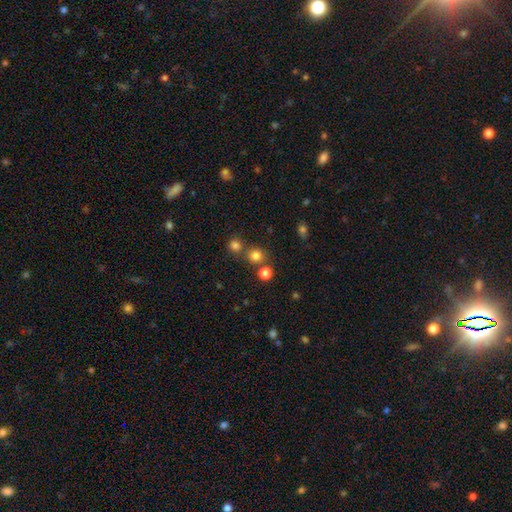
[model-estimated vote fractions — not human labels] Smooth or featured: smooth — 77% (star or artifact — 17%)
How rounded: round — 90% (in between — 9%)
Merging: none — 71% (merger — 20%)